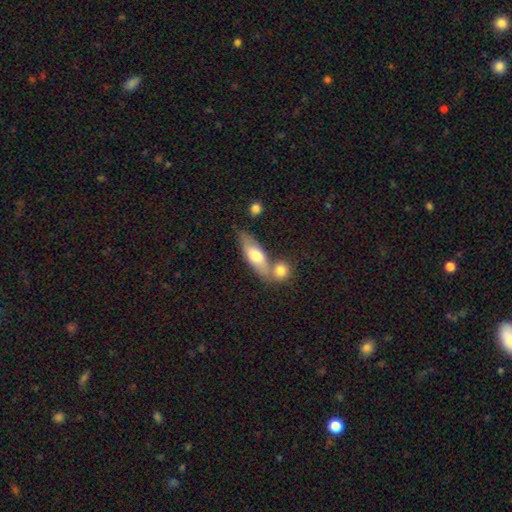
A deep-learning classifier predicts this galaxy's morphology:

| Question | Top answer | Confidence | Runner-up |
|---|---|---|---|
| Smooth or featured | smooth | 62% | featured or disk (32%) |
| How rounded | in between | 56% | cigar-shaped (40%) |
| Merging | none | 53% | merger (32%) |